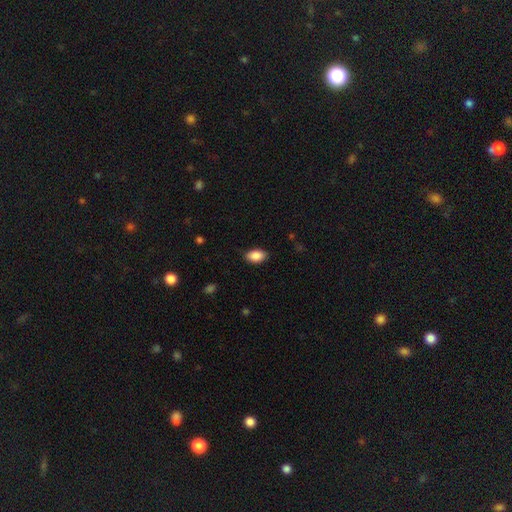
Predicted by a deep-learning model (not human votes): Smooth or featured? Predicted: smooth (p=0.89). How rounded? Predicted: in between (p=0.92). Merging? Predicted: none (p=0.84).